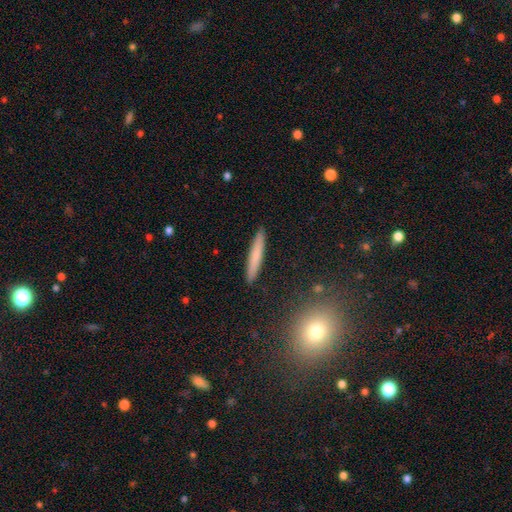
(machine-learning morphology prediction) A smooth galaxy with no disk features (69%) that is cigar-shaped (95%). Merging: none (91%).